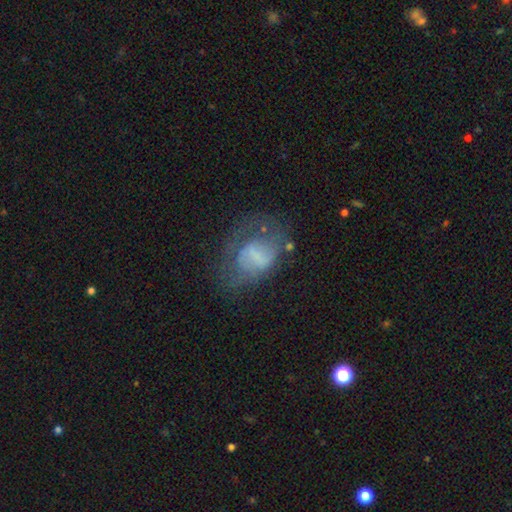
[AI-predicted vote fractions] smooth-or-featured: featured or disk: 48% | smooth: 39% | star or artifact: 12%
  merging: none: 39% | major disturbance: 34% | minor disturbance: 24% | merger: 4%